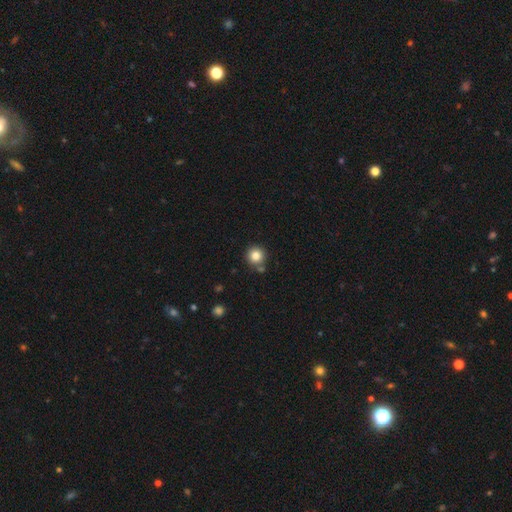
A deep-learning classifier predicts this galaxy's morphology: Overall: smooth (83%). How rounded: round (94%). Merging: none (78%).